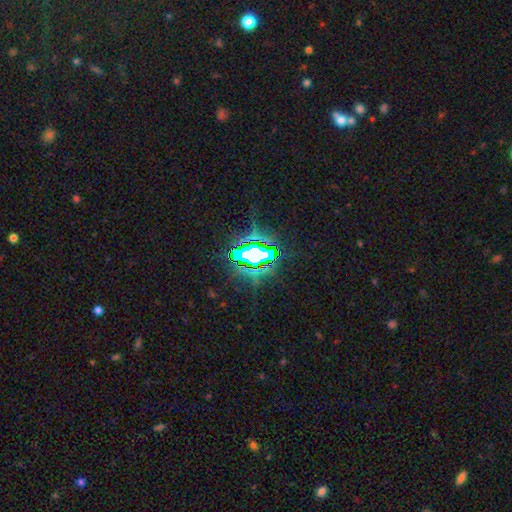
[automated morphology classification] This is likely a star or artifact rather than a galaxy (75%).